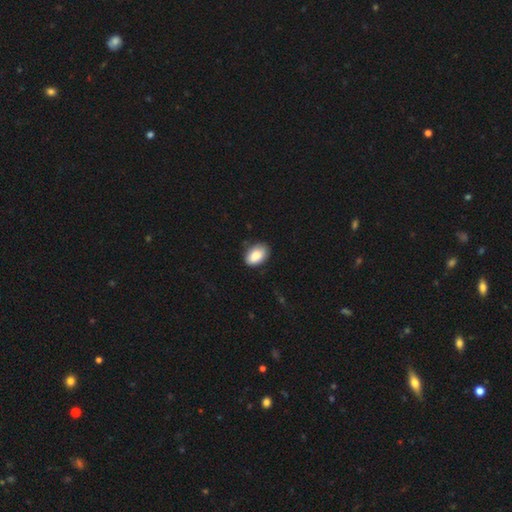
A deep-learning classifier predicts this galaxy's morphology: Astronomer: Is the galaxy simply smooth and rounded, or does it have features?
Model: smooth — 85%.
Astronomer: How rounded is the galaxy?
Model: in between — 90%.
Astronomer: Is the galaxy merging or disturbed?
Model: none — 79%.